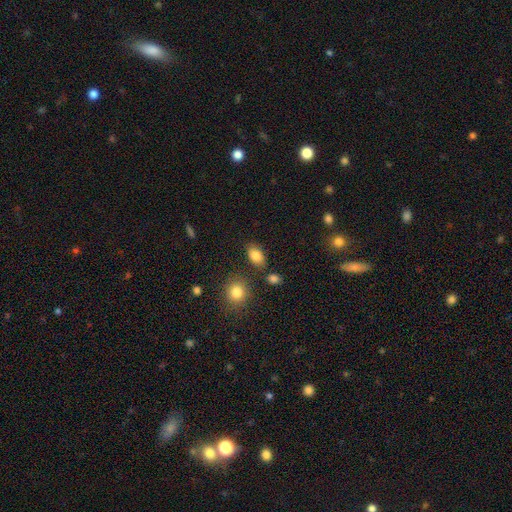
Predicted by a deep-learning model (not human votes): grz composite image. It shows a smooth galaxy with no disk features (84%) that is in between round and cigar-shaped (86%). Merging: none (81%).